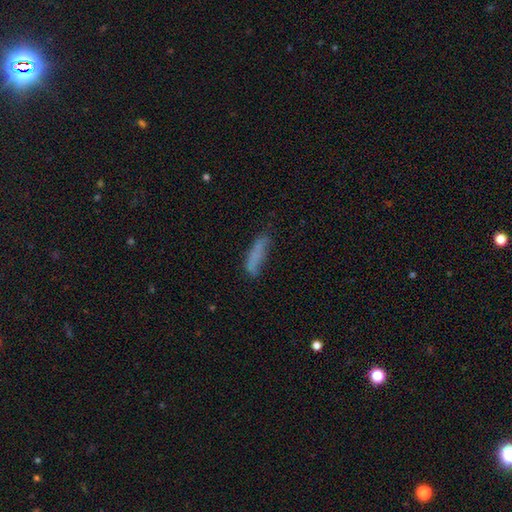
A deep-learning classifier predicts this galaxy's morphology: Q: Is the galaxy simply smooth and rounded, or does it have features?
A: smooth — 73%.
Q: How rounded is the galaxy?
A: cigar-shaped — 71%.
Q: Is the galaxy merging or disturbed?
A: none — 56%.